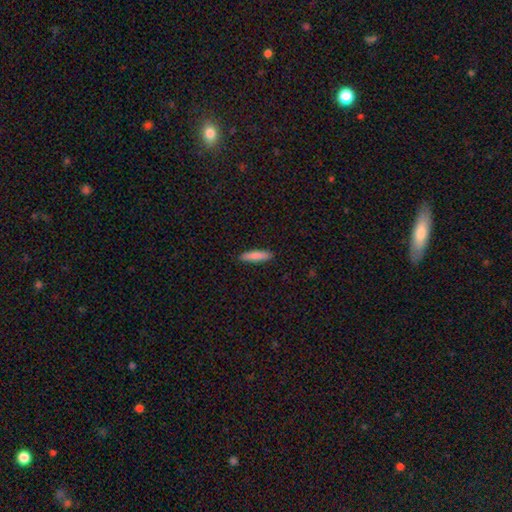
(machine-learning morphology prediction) Smooth or featured?
  - smooth: 85% *
  - featured or disk: 10%
  - star or artifact: 6%
How rounded?
  - cigar-shaped: 78% *
  - in between: 20%
  - round: 1%
Merging?
  - none: 91% *
  - minor disturbance: 7%
  - major disturbance: 2%
  - merger: 1%